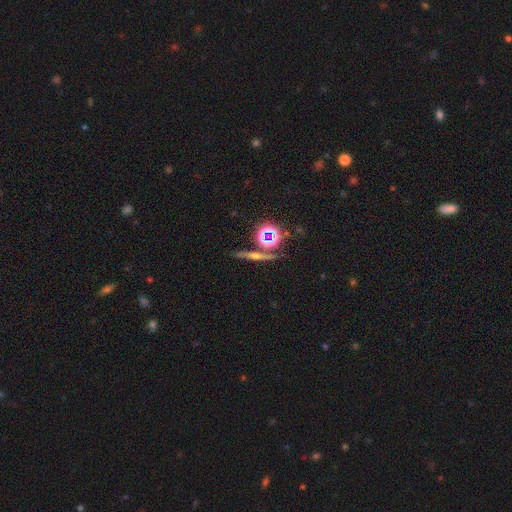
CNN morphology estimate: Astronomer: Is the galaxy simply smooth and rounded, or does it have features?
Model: featured or disk — 45% (runner-up: smooth, 29%).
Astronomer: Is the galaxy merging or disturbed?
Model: none — 77%.